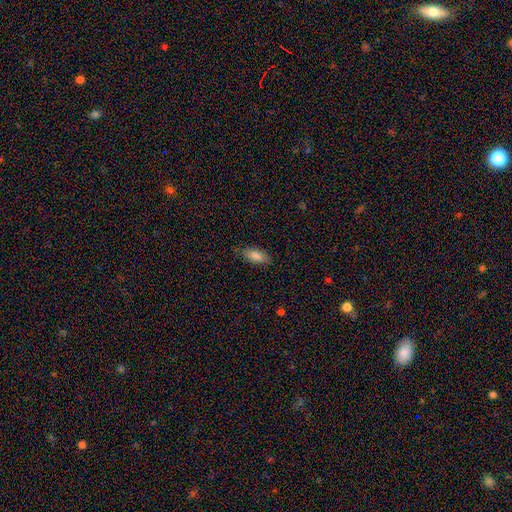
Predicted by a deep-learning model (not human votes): This is clearly a smooth galaxy (82%). How rounded: likely in between (79%). Merging: clearly none (83%).